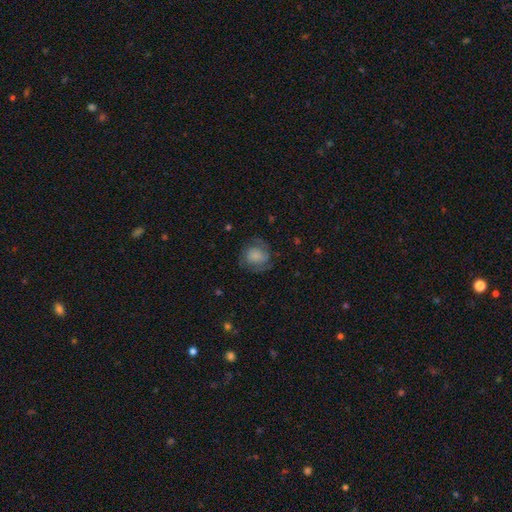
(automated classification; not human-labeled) smooth-or-featured: smooth: 51% | featured or disk: 39% | star or artifact: 9%
  how-rounded: round: 75% | in between: 24% | cigar-shaped: 1%
  merging: none: 66% | minor disturbance: 20% | major disturbance: 13% | merger: 1%